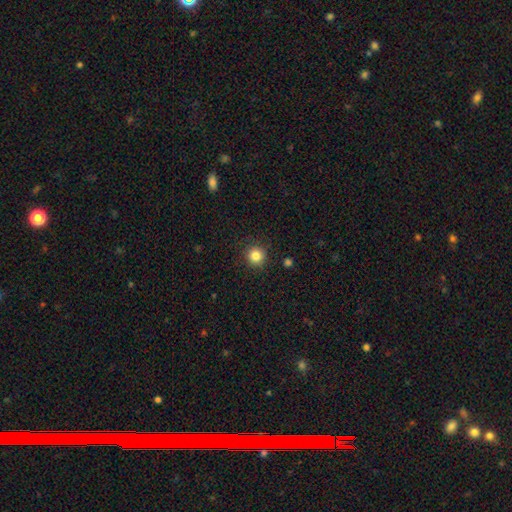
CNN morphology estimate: Smooth or featured? Predicted: smooth (p=0.84). How rounded? Predicted: round (p=0.95). Merging? Predicted: none (p=0.91).